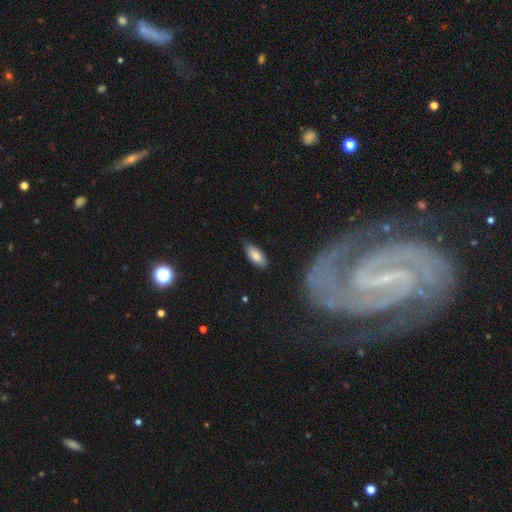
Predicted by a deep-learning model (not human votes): smooth_or_featured: smooth (p=0.82) [alt: featured or disk p=0.11]
how_rounded: in between (p=0.81) [alt: cigar-shaped p=0.17]
merging: none (p=0.80) [alt: minor disturbance p=0.16]